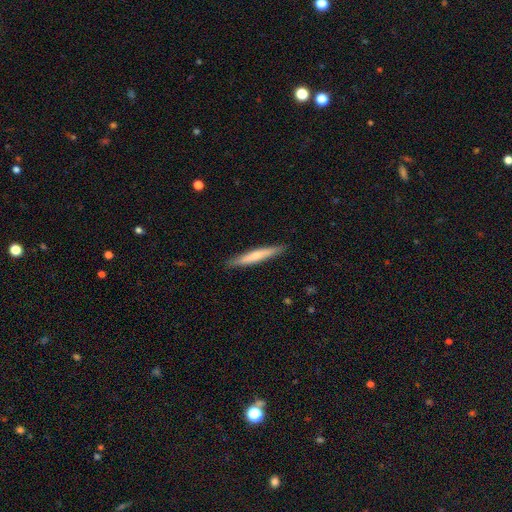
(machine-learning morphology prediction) The model was most divided on "smooth or featured": smooth: 59%, featured or disk: 36%, star or artifact: 5%. More confident: how rounded — cigar-shaped (95%); merging — none (90%).